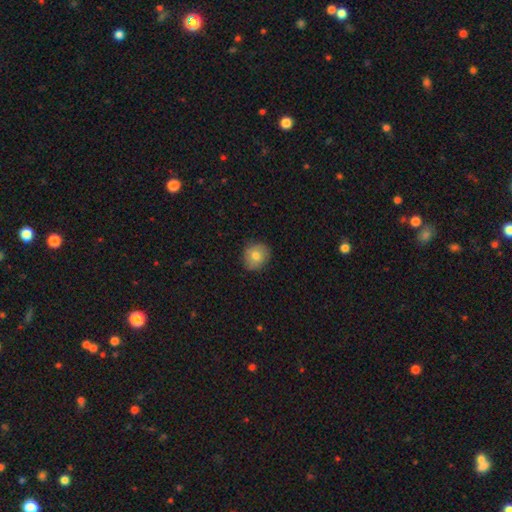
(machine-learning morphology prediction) This appears to be a smooth galaxy with no disk features (79%) that is round (83%). Merging: none (86%).